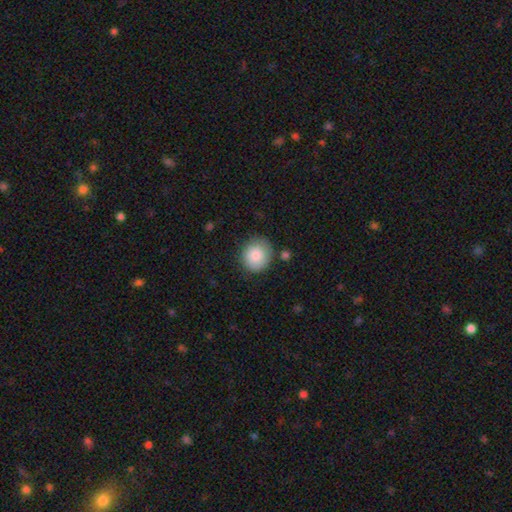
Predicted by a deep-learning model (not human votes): smooth-or-featured: smooth: 86% | star or artifact: 7% | featured or disk: 6%
  how-rounded: round: 86% | in between: 13% | cigar-shaped: 1%
  merging: none: 79% | minor disturbance: 14% | major disturbance: 4% | merger: 3%